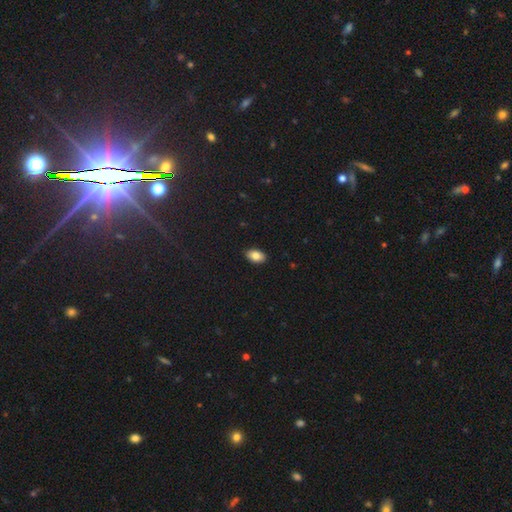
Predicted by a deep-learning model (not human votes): smooth 84%, featured or disk 8%, star or artifact 8%. Down the decision tree: how rounded — in between (90%); merging — none (89%).